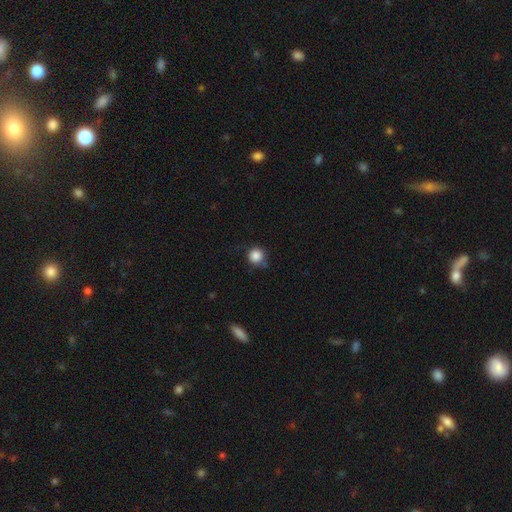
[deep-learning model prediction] Smooth or featured? smooth (86%)
How rounded? round (94%)
Merging? none (72%)